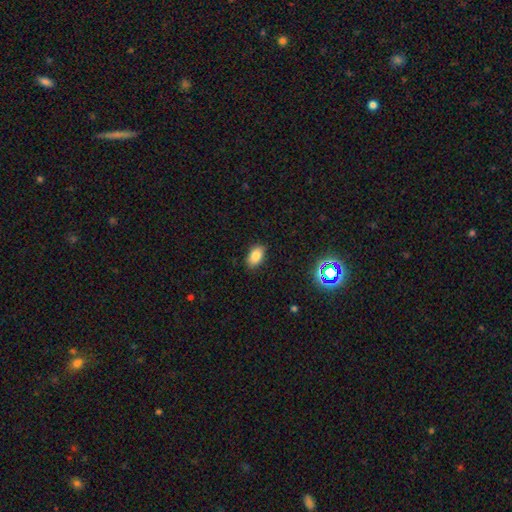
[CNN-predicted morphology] The model was most divided on "smooth or featured": smooth: 82%, star or artifact: 11%, featured or disk: 7%. More confident: how rounded — in between (91%); merging — none (87%).